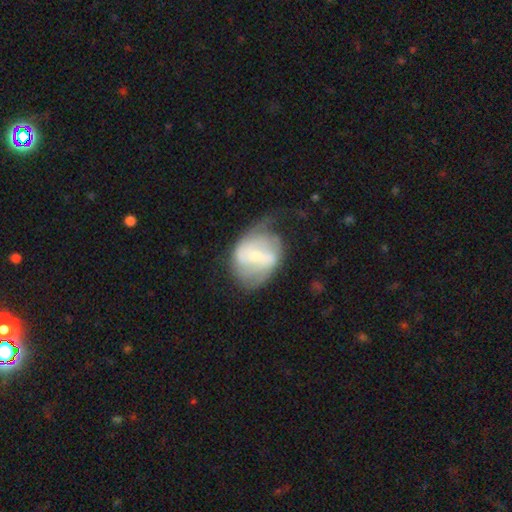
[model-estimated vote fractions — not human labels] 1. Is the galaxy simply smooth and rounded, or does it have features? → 70% featured or disk, 24% smooth, 6% star or artifact.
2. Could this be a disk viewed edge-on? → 97% no, 3% yes.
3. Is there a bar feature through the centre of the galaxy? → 48% weak, 26% strong, 25% no.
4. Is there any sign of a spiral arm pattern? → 83% yes, 17% no.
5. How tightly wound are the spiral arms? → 42% medium, 34% loose, 24% tight.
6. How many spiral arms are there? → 68% 2, 18% can't tell, 6% 1, 4% 3, 2% 4, 2% more than 4.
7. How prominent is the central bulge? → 54% small, 37% moderate, 4% none, 4% large, 1% dominant.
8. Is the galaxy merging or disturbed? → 41% none, 29% minor disturbance, 27% major disturbance, 3% merger.